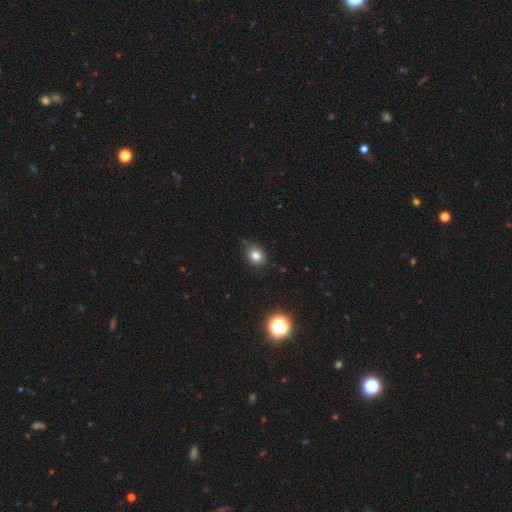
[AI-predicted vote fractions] This appears to be a smooth galaxy with no disk features (80%) that is round (53%). Merging: none (77%).